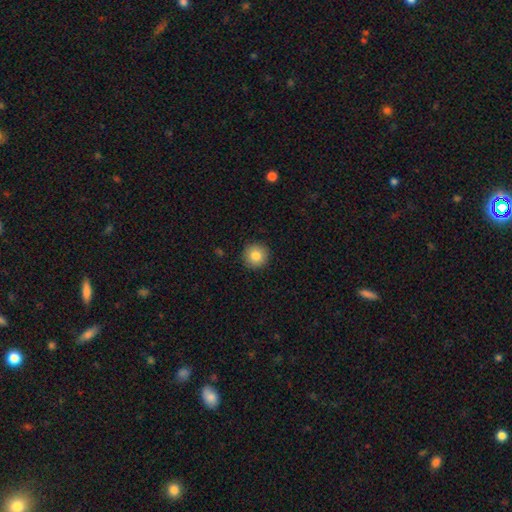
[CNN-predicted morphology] Smooth or featured?
  - smooth: 83% *
  - star or artifact: 9%
  - featured or disk: 8%
How rounded?
  - round: 95% *
  - in between: 4%
  - cigar-shaped: 1%
Merging?
  - none: 92% *
  - minor disturbance: 6%
  - major disturbance: 2%
  - merger: 1%